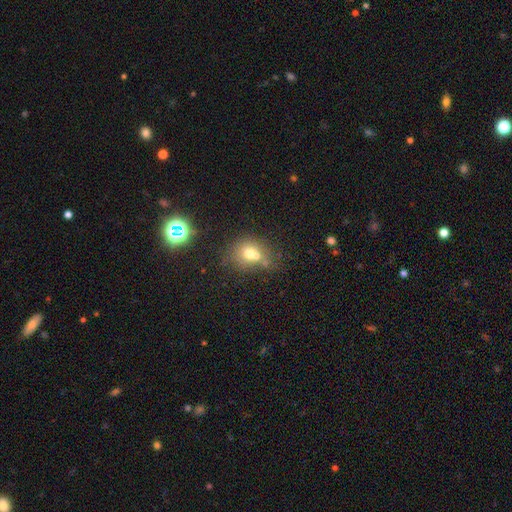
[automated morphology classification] Smooth or featured? smooth (64%)
How rounded? round (65%)
Merging? merger (48%)